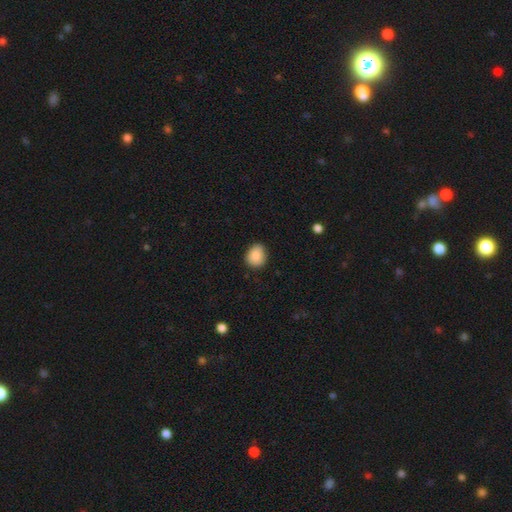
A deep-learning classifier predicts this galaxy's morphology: Smooth or featured? smooth (88%)
How rounded? round (69%)
Merging? none (83%)